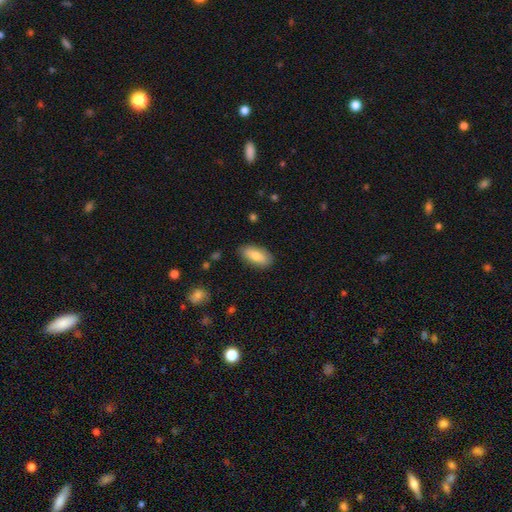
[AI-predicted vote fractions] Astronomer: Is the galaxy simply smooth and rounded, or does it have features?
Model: smooth — 79%.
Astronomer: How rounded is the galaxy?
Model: in between — 87%.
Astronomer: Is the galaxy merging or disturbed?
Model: none — 86%.